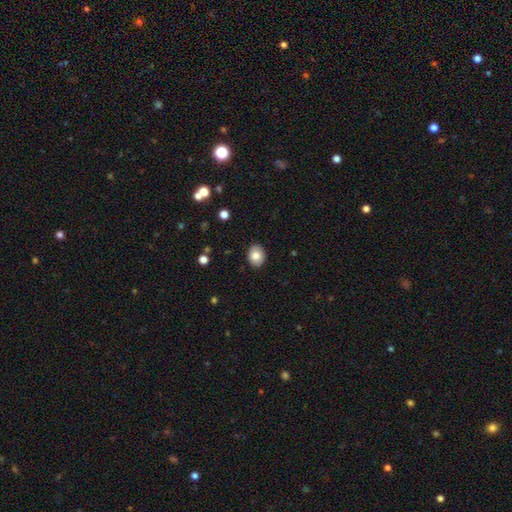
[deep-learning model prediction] Smooth or featured? smooth (82%)
How rounded? in between (57%)
Merging? none (90%)